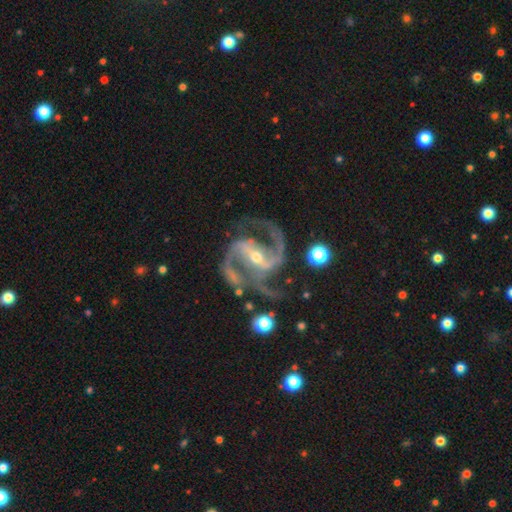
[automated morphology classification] The model was most divided on "bulge size": small: 60%, moderate: 37%, large: 1%, none: 1%, dominant: 1%. More confident: spiral arms — yes (99%); edge-on disk — no (97%); smooth or featured — featured or disk (93%); spiral arm count — 2 (75%); merging — none (69%); bar — strong (65%); spiral winding — medium (64%).